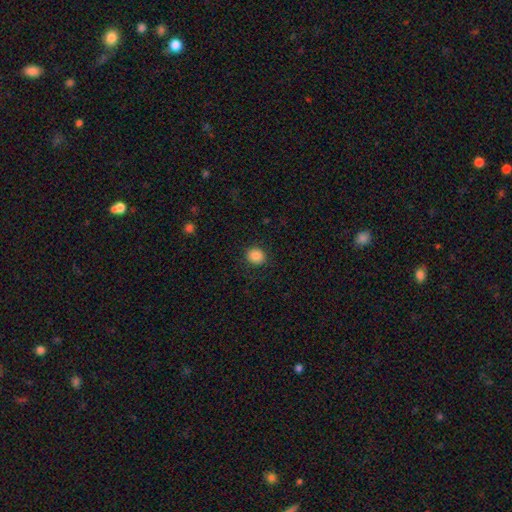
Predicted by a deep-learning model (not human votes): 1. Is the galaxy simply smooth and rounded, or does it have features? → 87% smooth, 10% star or artifact, 3% featured or disk.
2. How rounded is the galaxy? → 82% round, 17% in between, 1% cigar-shaped.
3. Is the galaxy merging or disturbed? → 89% none, 8% minor disturbance, 3% major disturbance, 1% merger.